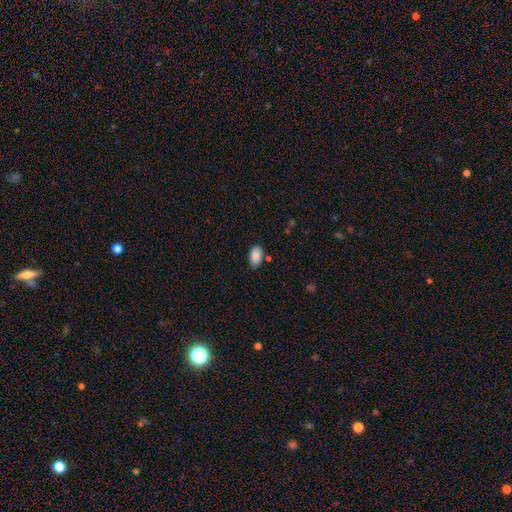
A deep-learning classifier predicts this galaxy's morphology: Smooth or featured: smooth — 88% (star or artifact — 7%)
How rounded: in between — 93% (round — 6%)
Merging: none — 79% (minor disturbance — 15%)